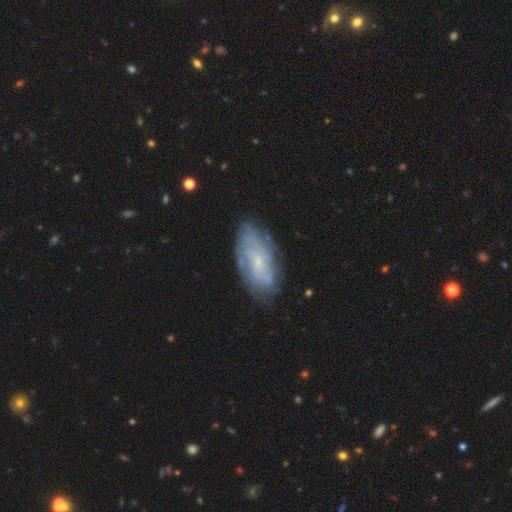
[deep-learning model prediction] Smooth or featured?
  - featured or disk: 56% *
  - smooth: 30%
  - star or artifact: 14%
Edge-on disk?
  - no: 89% *
  - yes: 11%
Merging?
  - none: 81% *
  - minor disturbance: 14%
  - major disturbance: 4%
  - merger: 1%